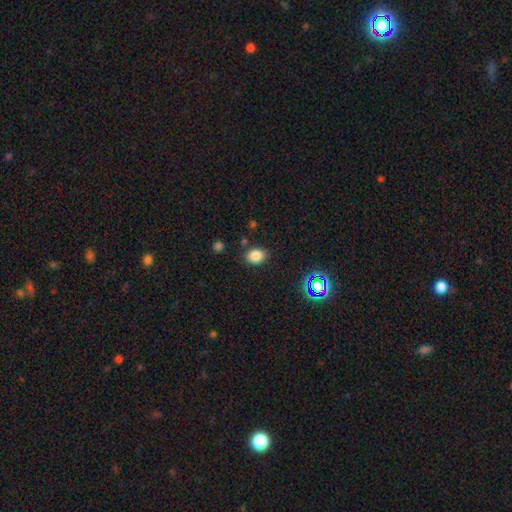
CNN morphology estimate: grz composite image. It shows a smooth galaxy with no disk features (82%) that is in between round and cigar-shaped (57%). Merging: none (83%).